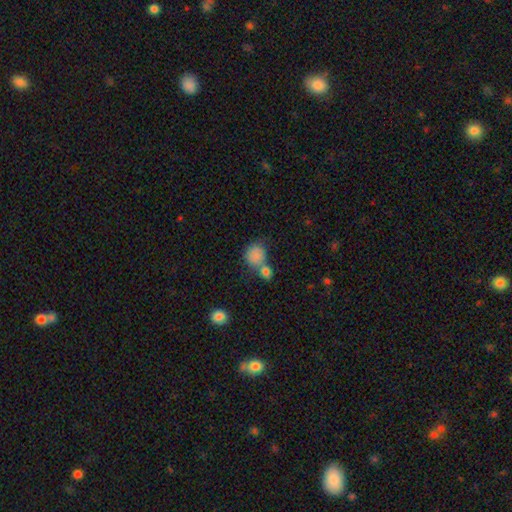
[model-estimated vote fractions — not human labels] The model was most divided on "merging": merger: 49%, none: 36%, minor disturbance: 10%, major disturbance: 5%. More confident: smooth or featured — smooth (82%); how rounded — round (76%).